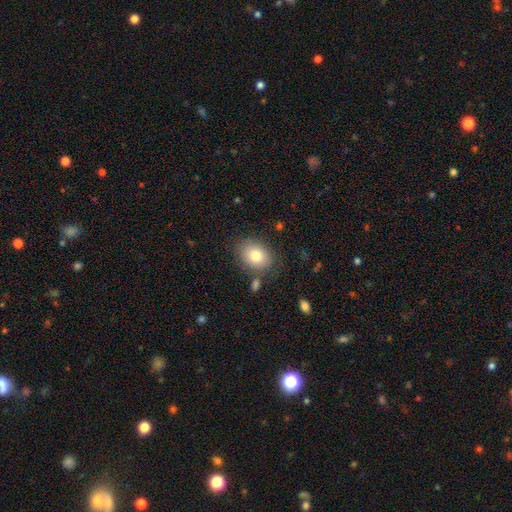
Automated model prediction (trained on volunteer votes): A smooth galaxy with no disk features (81%) that is in between round and cigar-shaped (65%). Merging: none (79%).